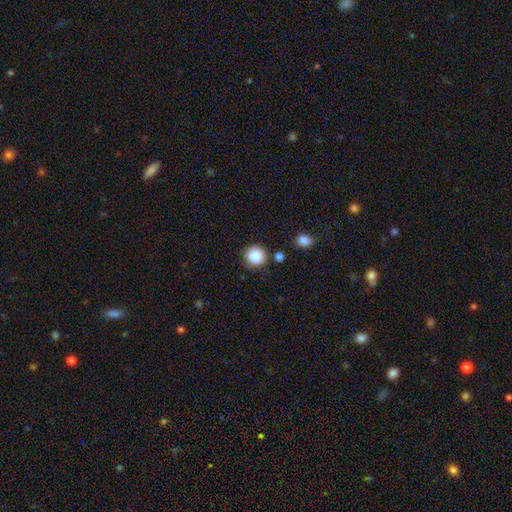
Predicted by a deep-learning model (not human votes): Q: Smooth or featured?
A: smooth (87%); runner-up: star or artifact (9%)
Q: How rounded?
A: round (93%); runner-up: in between (6%)
Q: Merging?
A: none (85%); runner-up: minor disturbance (8%)